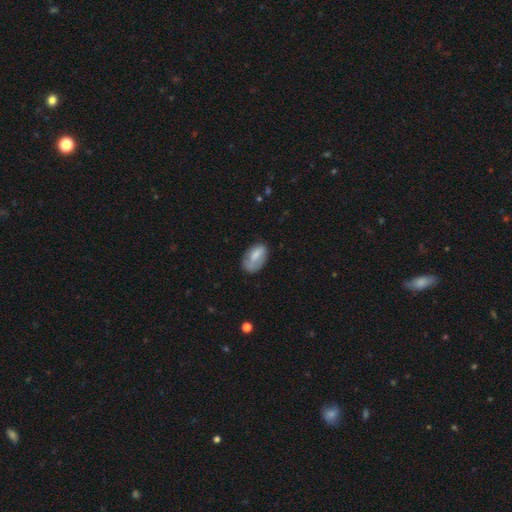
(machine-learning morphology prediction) Q: Smooth or featured?
A: smooth (73%); runner-up: featured or disk (20%)
Q: How rounded?
A: in between (92%); runner-up: round (6%)
Q: Merging?
A: none (58%); runner-up: minor disturbance (29%)